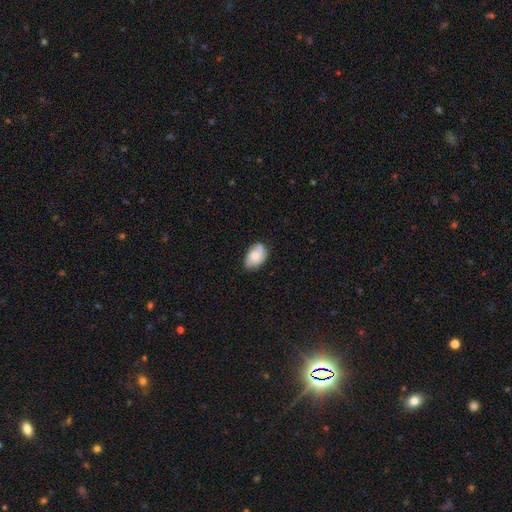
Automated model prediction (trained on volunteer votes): smooth 61%, featured or disk 32%, star or artifact 7%. Down the decision tree: how rounded — in between (87%); merging — none (60%).